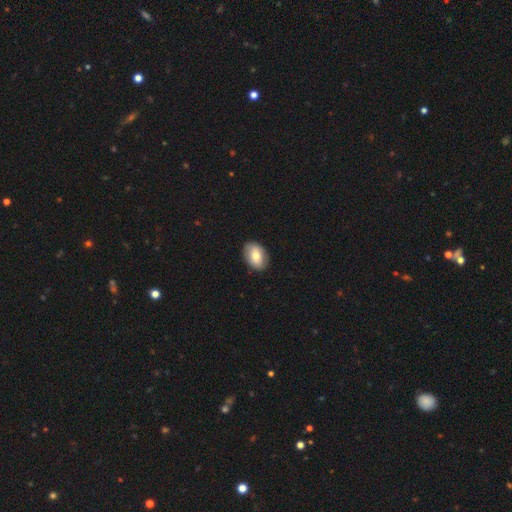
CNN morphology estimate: smooth 75%, featured or disk 19%, star or artifact 7%. Down the decision tree: how rounded — in between (84%); merging — none (88%).